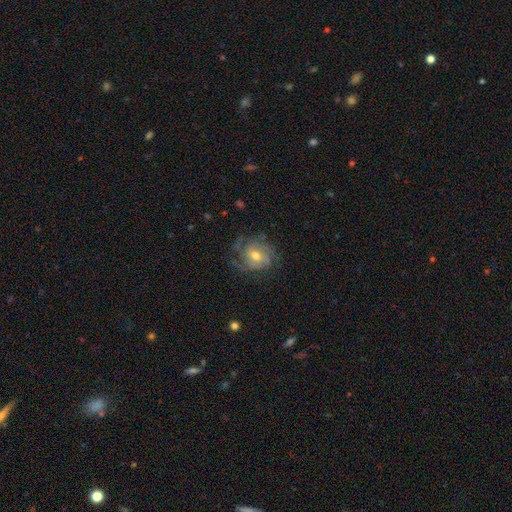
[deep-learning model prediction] Smooth or featured? Predicted: featured or disk (p=0.79). Edge-on disk? Predicted: no (p=0.97). Bar? Predicted: no (p=0.61). Spiral arms? Predicted: yes (p=0.92). Spiral winding? Predicted: tight (p=0.55). Spiral arm count? Predicted: can't tell (p=0.30). Bulge size? Predicted: moderate (p=0.66). Merging? Predicted: none (p=0.67).